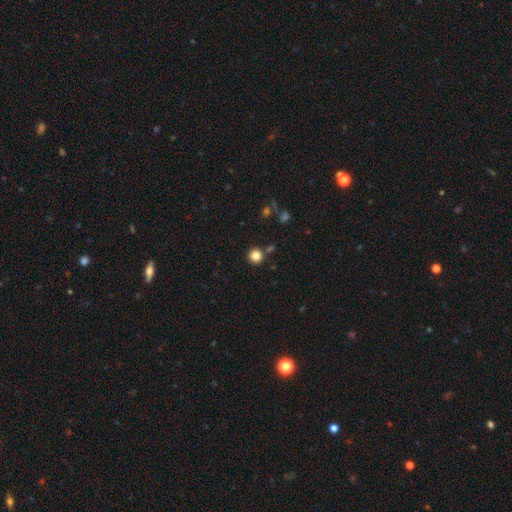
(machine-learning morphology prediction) This is clearly a smooth galaxy (83%). How rounded: clearly round (95%). Merging: clearly none (86%).